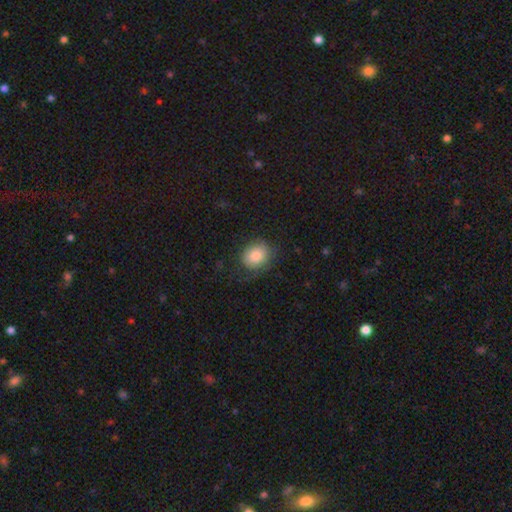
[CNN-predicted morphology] Smooth or featured? smooth (83%)
How rounded? round (58%)
Merging? none (69%)